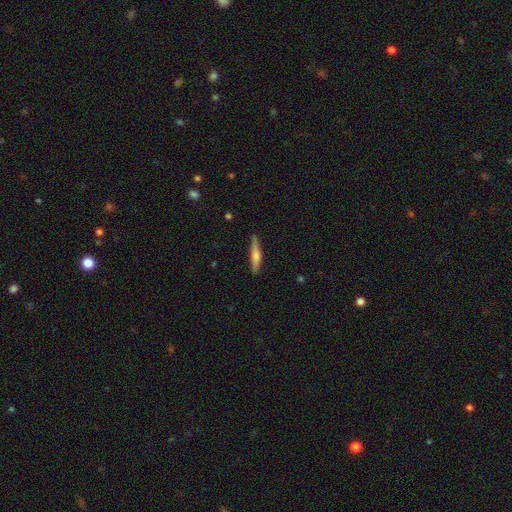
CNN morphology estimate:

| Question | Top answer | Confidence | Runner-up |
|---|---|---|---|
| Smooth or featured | smooth | 54% | featured or disk (40%) |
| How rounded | cigar-shaped | 87% | in between (11%) |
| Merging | none | 84% | minor disturbance (13%) |